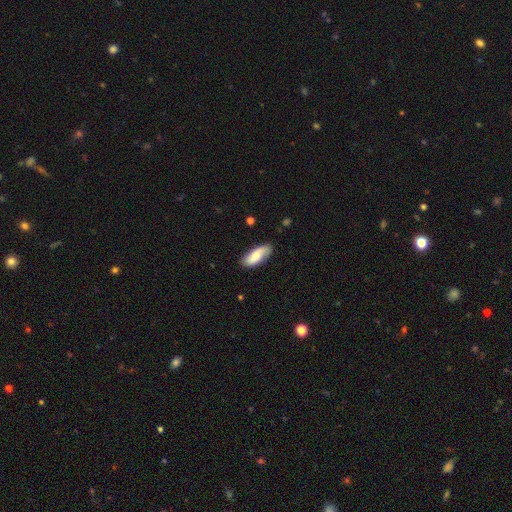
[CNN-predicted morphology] Smooth or featured? smooth (73%)
How rounded? in between (78%)
Merging? none (82%)